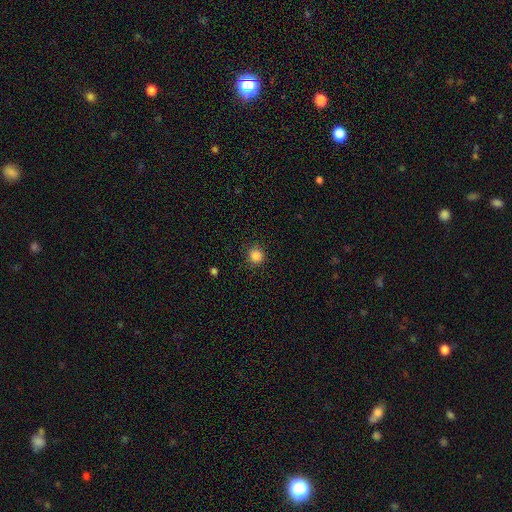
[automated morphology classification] smooth 84%, star or artifact 12%, featured or disk 4%. Down the decision tree: how rounded — round (94%); merging — none (87%).